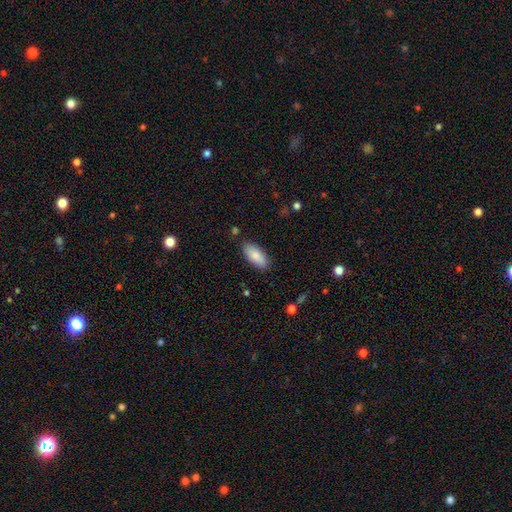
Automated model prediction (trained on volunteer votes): smooth_or_featured: smooth (p=0.86) [alt: featured or disk p=0.08]
how_rounded: in between (p=0.85) [alt: cigar-shaped p=0.13]
merging: none (p=0.84) [alt: minor disturbance p=0.11]